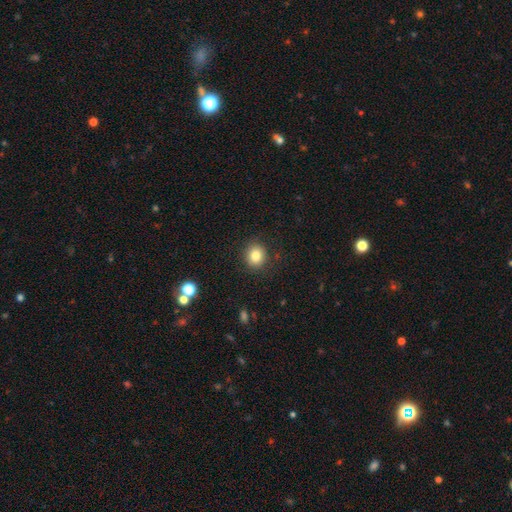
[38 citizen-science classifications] Volunteers were most divided on "how rounded": round: 82%, in between: 18%, cigar-shaped: 0%. More confident: merging — none (92%); smooth or featured — smooth (89%).